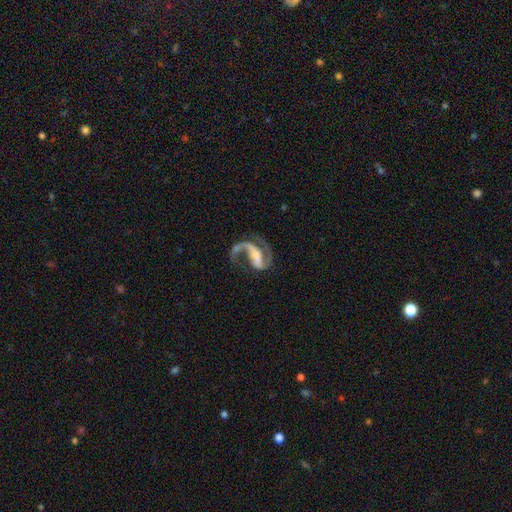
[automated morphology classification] Smooth or featured: featured or disk — 88% (smooth — 7%)
Edge-on disk: no — 97% (yes — 3%)
Bar: strong — 49% (weak — 33%)
Spiral arms: yes — 96% (no — 4%)
Spiral winding: medium — 45% (loose — 43%)
Spiral arm count: 2 — 77% (1 — 17%)
Bulge size: small — 34% (moderate — 29%)
Merging: none — 46% (major disturbance — 33%)